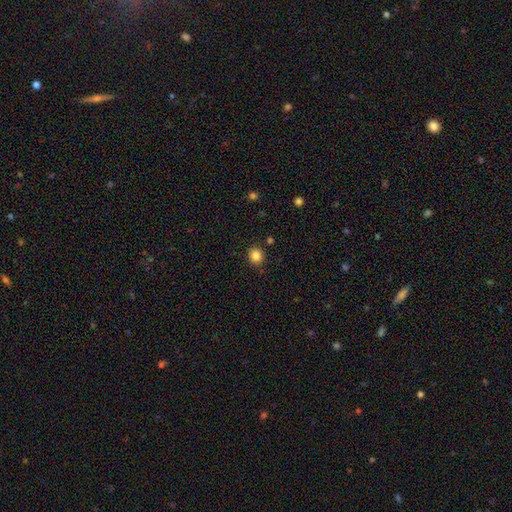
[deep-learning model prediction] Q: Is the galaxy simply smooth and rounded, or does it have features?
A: smooth — 85%.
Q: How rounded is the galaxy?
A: round — 83%.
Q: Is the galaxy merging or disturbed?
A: none — 88%.